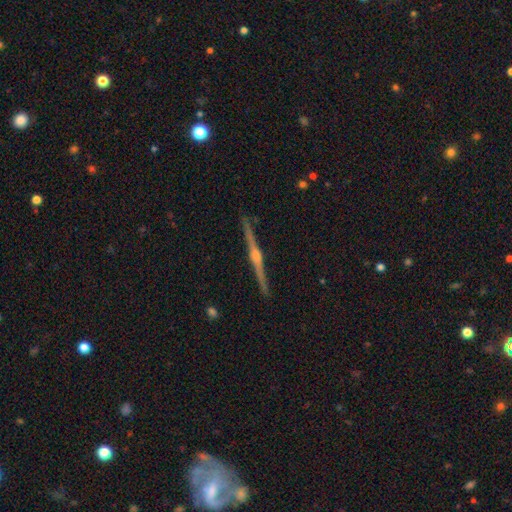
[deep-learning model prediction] This appears to be a featured or disk galaxy (87%) viewed edge-on (99%) with a rounded central bulge (90%). Merging: none (92%).